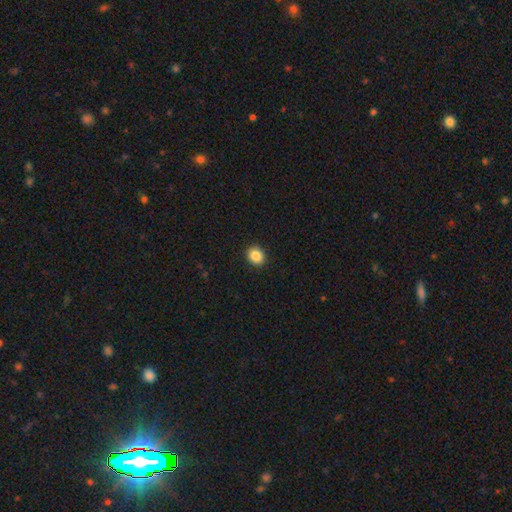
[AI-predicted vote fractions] Q: Smooth or featured?
A: smooth (87%); runner-up: star or artifact (9%)
Q: How rounded?
A: round (66%); runner-up: in between (34%)
Q: Merging?
A: none (92%); runner-up: minor disturbance (5%)